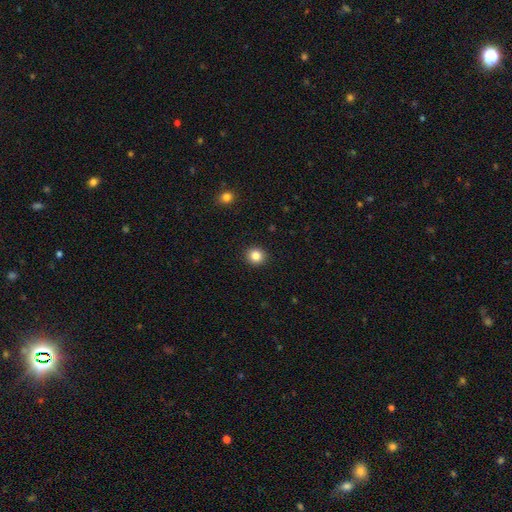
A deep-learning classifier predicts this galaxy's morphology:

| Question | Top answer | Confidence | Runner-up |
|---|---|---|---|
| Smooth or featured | smooth | 84% | star or artifact (11%) |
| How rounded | round | 86% | in between (13%) |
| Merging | none | 92% | minor disturbance (5%) |